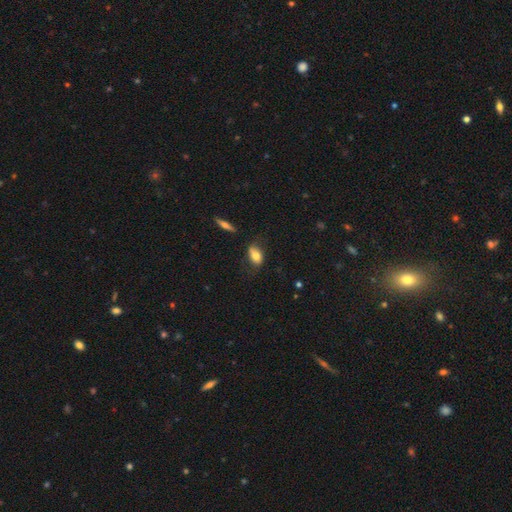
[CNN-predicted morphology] A smooth galaxy with no disk features (74%) that is in between round and cigar-shaped (86%). Merging: none (60%).